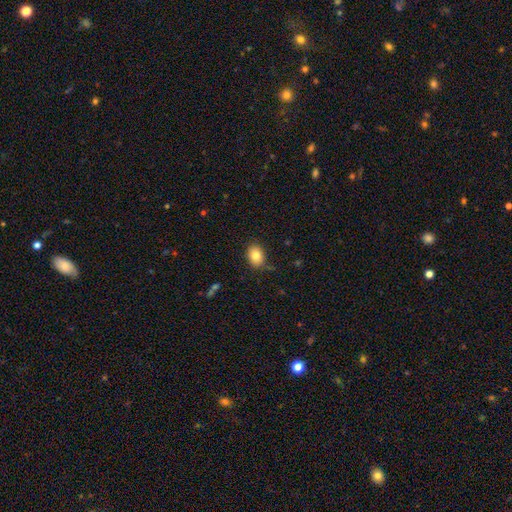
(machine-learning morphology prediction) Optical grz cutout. It shows a smooth galaxy with no disk features (81%) that is in between round and cigar-shaped (65%). Merging: none (82%).